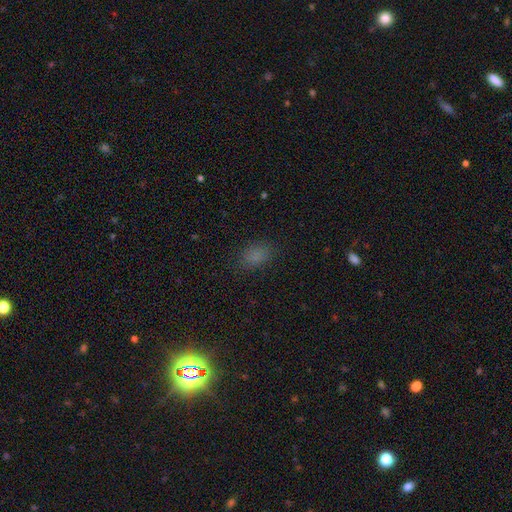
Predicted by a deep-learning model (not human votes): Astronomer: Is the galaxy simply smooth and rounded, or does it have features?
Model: smooth — 78%.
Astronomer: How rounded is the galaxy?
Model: in between — 78%.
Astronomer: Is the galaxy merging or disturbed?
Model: none — 82%.